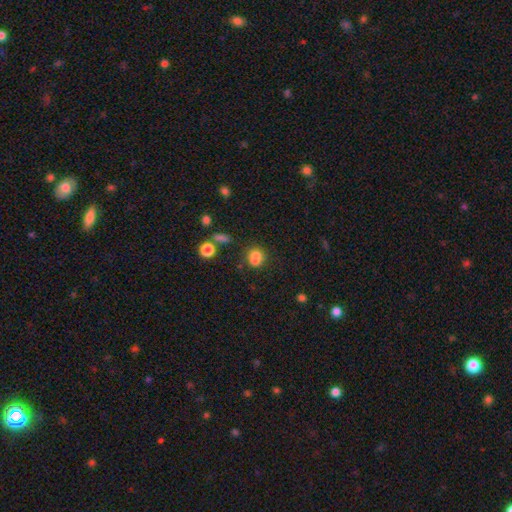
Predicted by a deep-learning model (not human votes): This appears to be a smooth galaxy with no disk features (73%) that is round (64%). Merging: merger (45%).